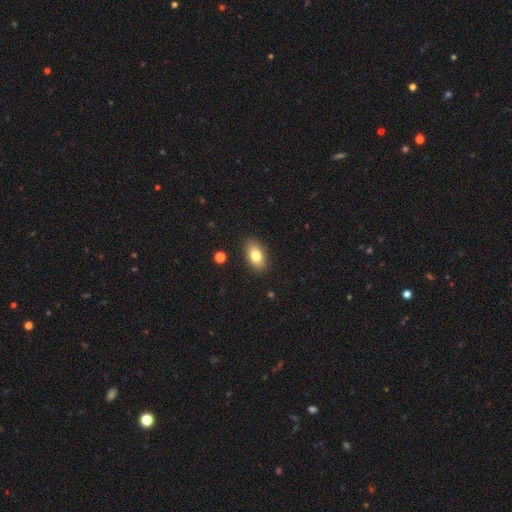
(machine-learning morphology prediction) A smooth galaxy with no disk features (79%) that is in between round and cigar-shaped (90%).

Vote fractions:
- Smooth or featured? smooth: 79% / featured or disk: 13% / star or artifact: 8%
- How rounded? in between: 90% / round: 7% / cigar-shaped: 4%
- Merging? none: 88% / minor disturbance: 9% / major disturbance: 2% / merger: 1%